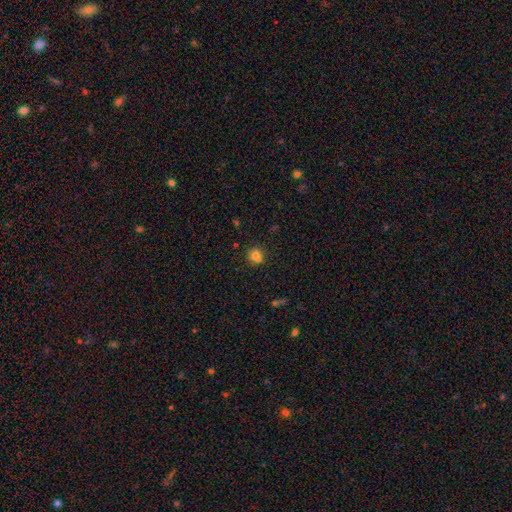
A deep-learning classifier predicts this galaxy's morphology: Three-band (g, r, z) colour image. It shows a smooth galaxy with no disk features (79%) that is round (86%). Merging: none (76%).